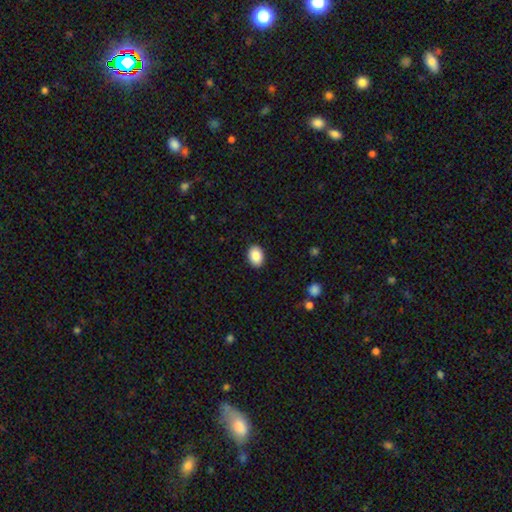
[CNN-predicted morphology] This is clearly a smooth galaxy (89%). How rounded: likely in between (75%). Merging: clearly none (90%).